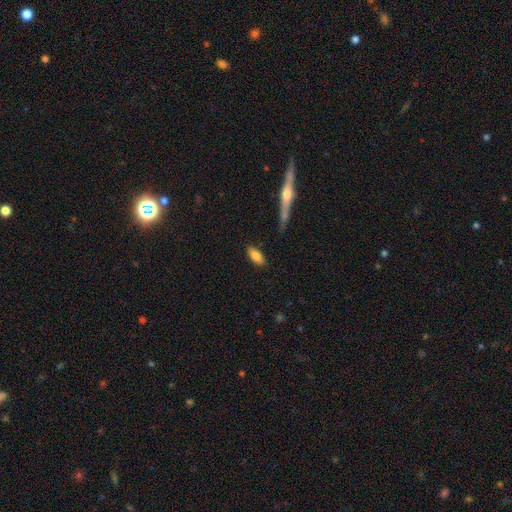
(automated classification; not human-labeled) This is clearly a smooth galaxy (80%). How rounded: clearly in between (85%). Merging: clearly none (84%).